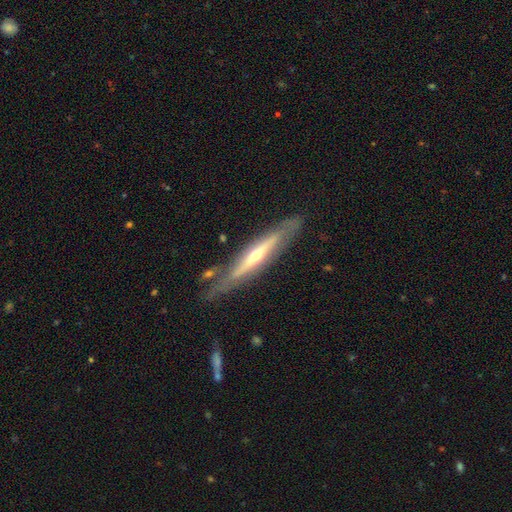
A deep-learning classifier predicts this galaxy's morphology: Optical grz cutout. It shows a featured or disk galaxy (76%) viewed edge-on (82%) with a rounded central bulge (82%). Merging: none (74%).